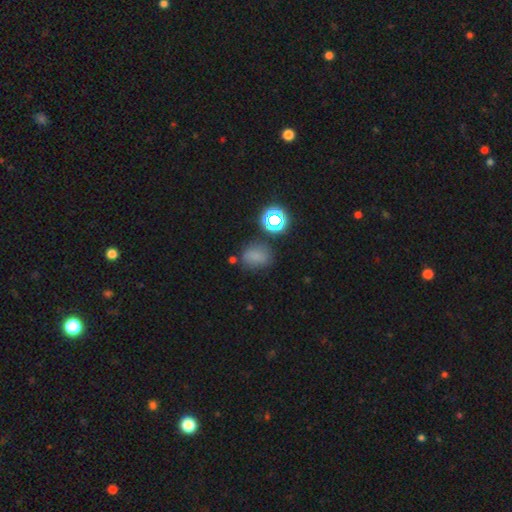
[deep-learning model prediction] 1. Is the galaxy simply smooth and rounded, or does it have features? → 70% smooth, 21% star or artifact, 8% featured or disk.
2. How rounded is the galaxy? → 51% in between, 47% round, 2% cigar-shaped.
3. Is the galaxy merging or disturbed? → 67% none, 21% minor disturbance, 7% major disturbance, 6% merger.